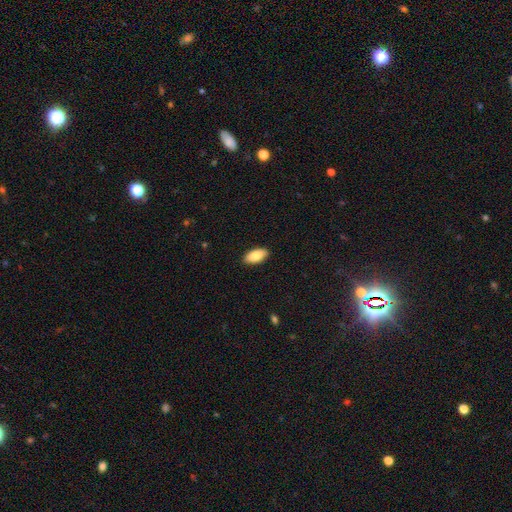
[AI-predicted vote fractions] smooth 85%, featured or disk 9%, star or artifact 6%. Down the decision tree: how rounded — in between (92%); merging — none (89%).